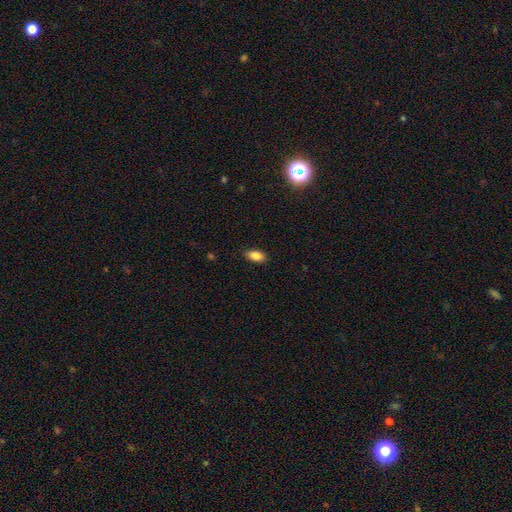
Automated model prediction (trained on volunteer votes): Morphology: type=smooth (86%); roundness=in between (90%); merging=none (85%).